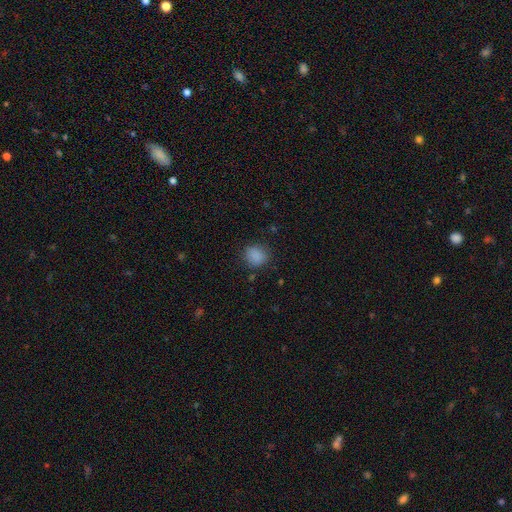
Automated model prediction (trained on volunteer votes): Smooth or featured?
  - smooth: 86% *
  - star or artifact: 10%
  - featured or disk: 4%
How rounded?
  - round: 74% *
  - in between: 25%
  - cigar-shaped: 1%
Merging?
  - none: 81% *
  - minor disturbance: 13%
  - major disturbance: 4%
  - merger: 1%